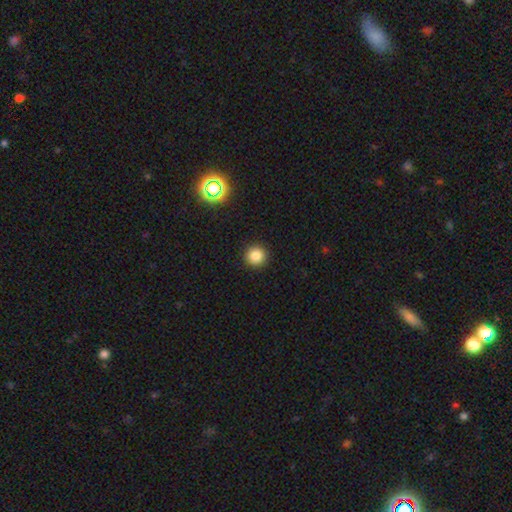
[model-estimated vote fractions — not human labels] Smooth or featured: smooth — 83% (star or artifact — 12%)
How rounded: round — 95% (in between — 4%)
Merging: none — 93% (minor disturbance — 5%)